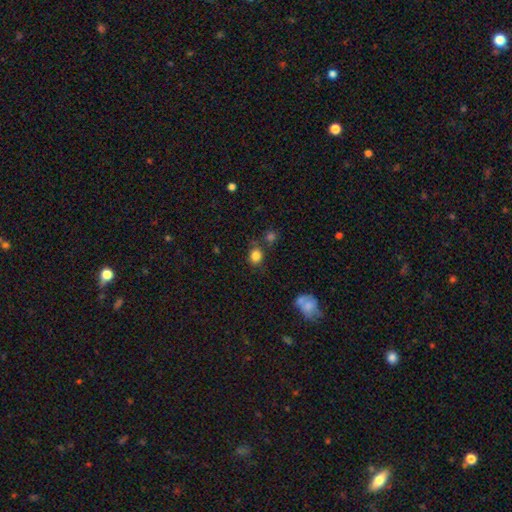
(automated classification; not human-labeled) This appears to be a smooth galaxy with no disk features (83%) that is round (71%). Merging: none (73%).